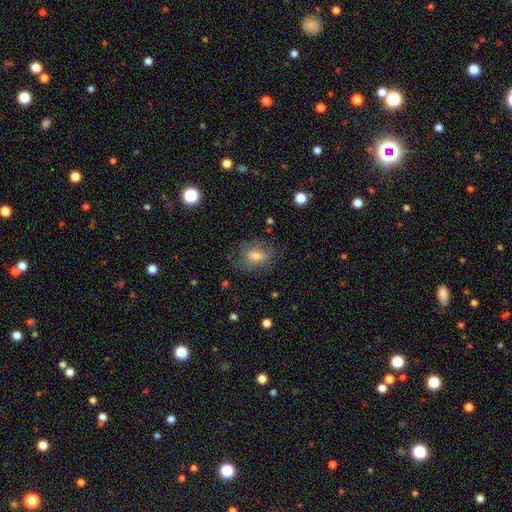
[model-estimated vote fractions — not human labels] A smooth galaxy with no disk features (48%).

Vote fractions:
- Smooth or featured? smooth: 48% / featured or disk: 40% / star or artifact: 12%
- Merging? none: 62% / minor disturbance: 21% / major disturbance: 15% / merger: 2%